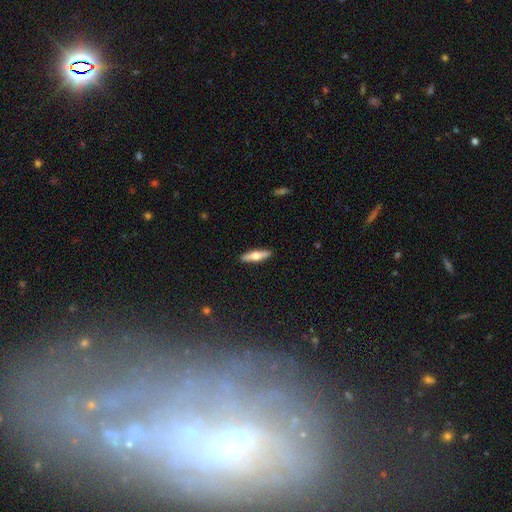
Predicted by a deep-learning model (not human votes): Morphology: type=smooth (54%); roundness=cigar-shaped (73%); merging=none (91%).